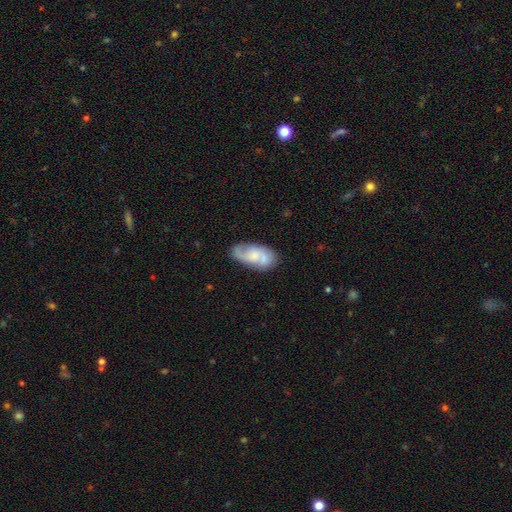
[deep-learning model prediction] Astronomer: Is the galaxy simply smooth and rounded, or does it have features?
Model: featured or disk — 60%.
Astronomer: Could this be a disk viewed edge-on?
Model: no — 94%.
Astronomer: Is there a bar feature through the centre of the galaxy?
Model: no — 62%.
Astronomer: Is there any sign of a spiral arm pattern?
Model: yes — 88%.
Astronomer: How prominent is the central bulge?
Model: moderate — 33%, tied with small at 33%.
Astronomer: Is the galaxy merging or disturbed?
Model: none — 66%.